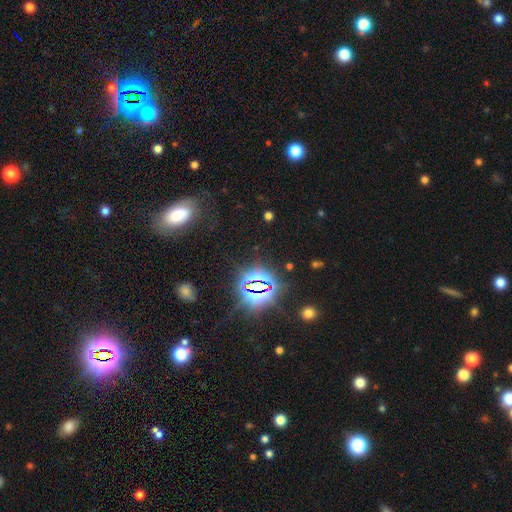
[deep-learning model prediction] Smooth or featured? star or artifact (70%)